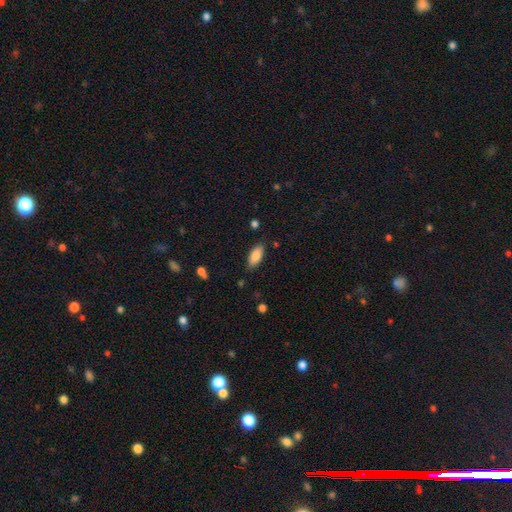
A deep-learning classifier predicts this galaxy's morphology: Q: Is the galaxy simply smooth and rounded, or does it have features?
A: smooth — 87%.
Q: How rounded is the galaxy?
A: in between — 85%.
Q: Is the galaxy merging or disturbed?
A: none — 83%.